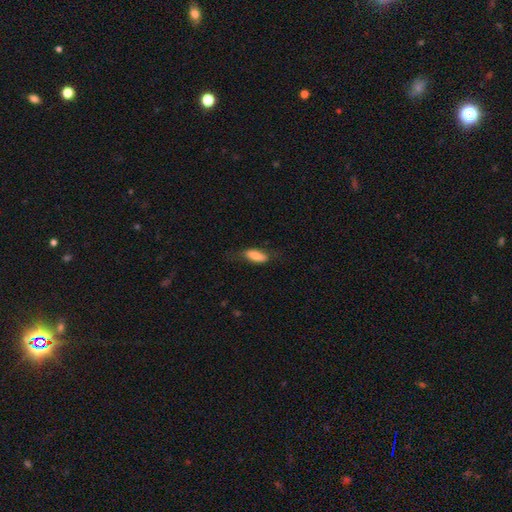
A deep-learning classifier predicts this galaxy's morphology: Smooth or featured: smooth — 77% (featured or disk — 16%)
How rounded: in between — 77% (cigar-shaped — 21%)
Merging: none — 62% (minor disturbance — 25%)